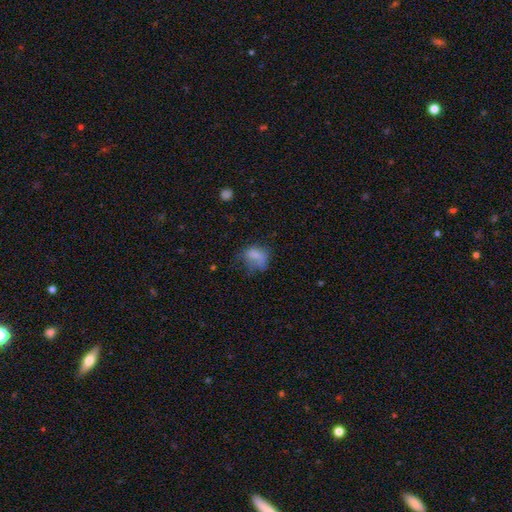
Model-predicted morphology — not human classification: A smooth galaxy with no disk features (70%) that is in between round and cigar-shaped (67%). Merging: major disturbance (33%).